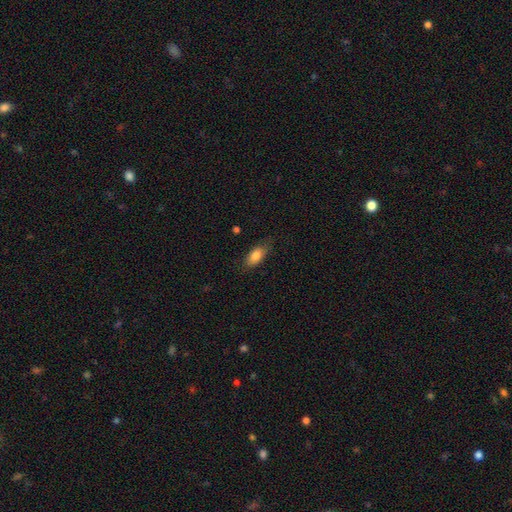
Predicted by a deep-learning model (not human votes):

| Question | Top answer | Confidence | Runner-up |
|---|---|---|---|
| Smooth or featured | smooth | 82% | featured or disk (10%) |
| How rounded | in between | 85% | cigar-shaped (11%) |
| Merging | none | 75% | minor disturbance (19%) |